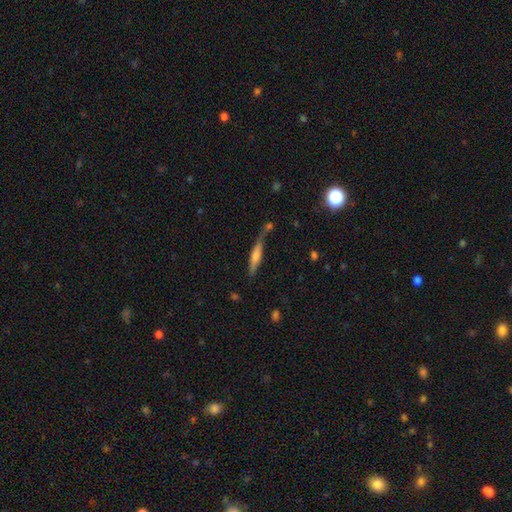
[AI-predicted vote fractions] featured or disk 49%, smooth 43%, star or artifact 8%. Down the decision tree: merging — none (55%).